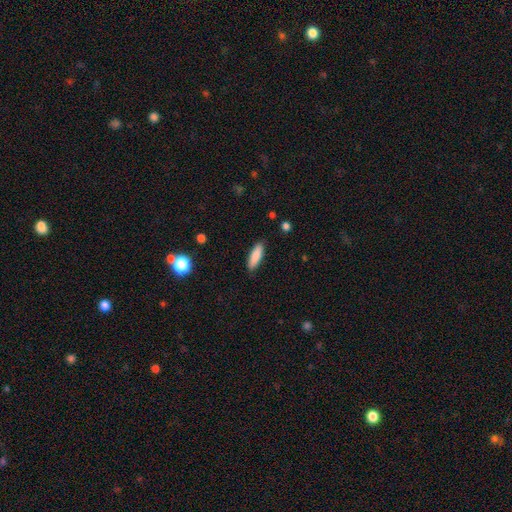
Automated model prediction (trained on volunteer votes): This appears to be a smooth galaxy with no disk features (86%) that is cigar-shaped (53%). Merging: none (87%).